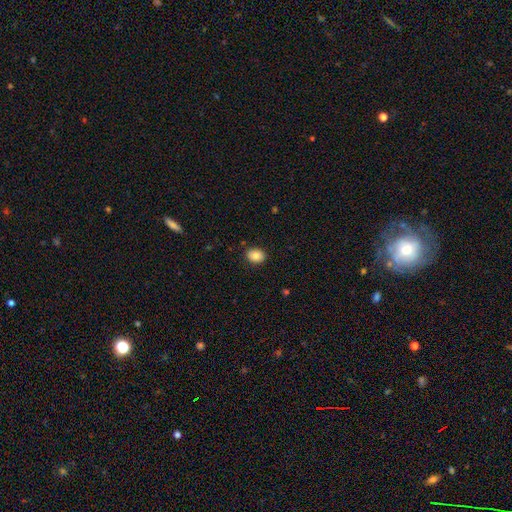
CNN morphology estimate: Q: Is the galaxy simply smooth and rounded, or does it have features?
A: smooth — 85%.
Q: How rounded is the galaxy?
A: in between — 61%.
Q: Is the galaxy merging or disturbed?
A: none — 87%.